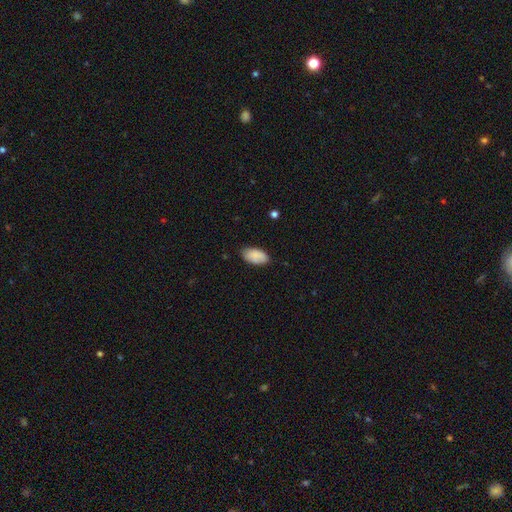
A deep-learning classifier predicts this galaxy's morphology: A smooth galaxy with no disk features (87%) that is in between round and cigar-shaped (95%).

Vote fractions:
- Smooth or featured? smooth: 87% / featured or disk: 7% / star or artifact: 6%
- How rounded? in between: 95% / round: 3% / cigar-shaped: 2%
- Merging? none: 80% / minor disturbance: 16% / major disturbance: 3% / merger: 1%